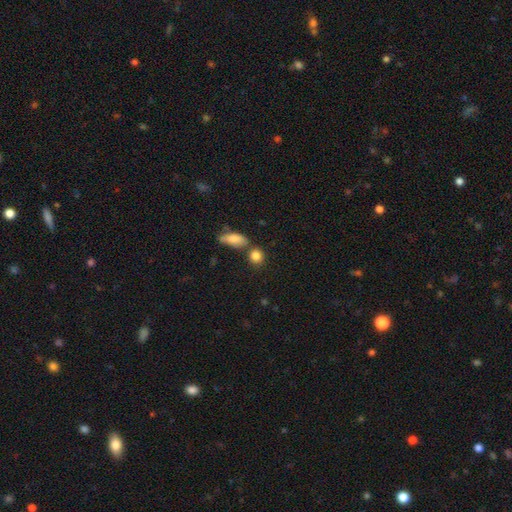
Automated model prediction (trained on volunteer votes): smooth 84%, star or artifact 9%, featured or disk 6%. Down the decision tree: how rounded — round (73%); merging — none (67%).